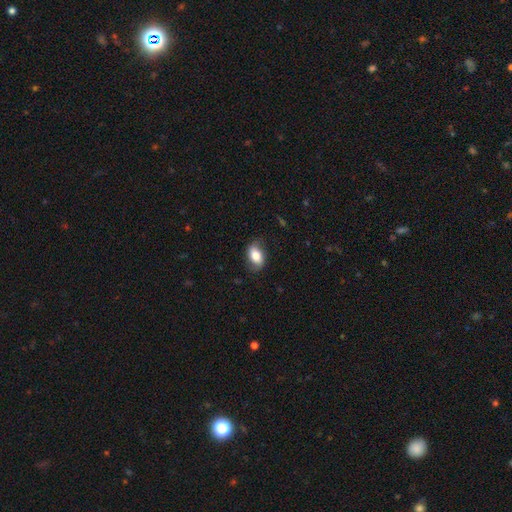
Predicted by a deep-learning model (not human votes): smooth_or_featured: smooth (p=0.72) [alt: featured or disk p=0.21]
how_rounded: in between (p=0.88) [alt: round p=0.10]
merging: none (p=0.75) [alt: minor disturbance p=0.19]